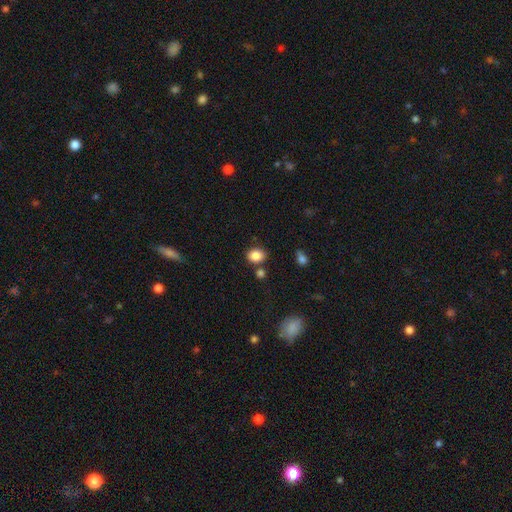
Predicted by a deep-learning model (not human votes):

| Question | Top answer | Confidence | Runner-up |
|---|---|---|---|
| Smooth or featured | smooth | 86% | star or artifact (10%) |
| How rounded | round | 52% | in between (47%) |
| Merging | none | 74% | minor disturbance (13%) |